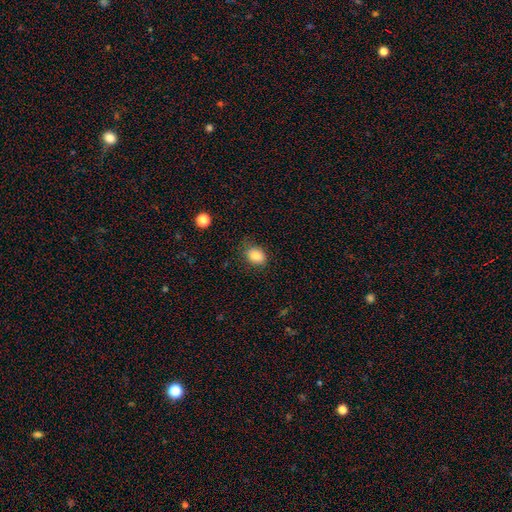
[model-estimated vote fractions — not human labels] smooth-or-featured: smooth: 84% | star or artifact: 9% | featured or disk: 6%
  how-rounded: in between: 68% | round: 31% | cigar-shaped: 1%
  merging: none: 74% | minor disturbance: 20% | major disturbance: 5% | merger: 1%